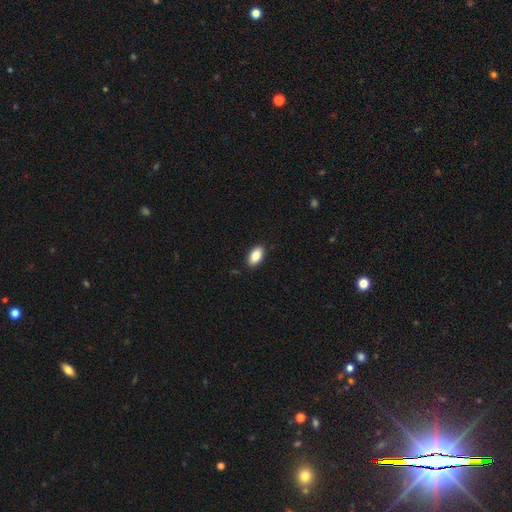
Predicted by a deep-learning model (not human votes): smooth_or_featured: smooth (p=0.85) [alt: featured or disk p=0.08]
how_rounded: in between (p=0.93) [alt: round p=0.04]
merging: none (p=0.89) [alt: minor disturbance p=0.08]